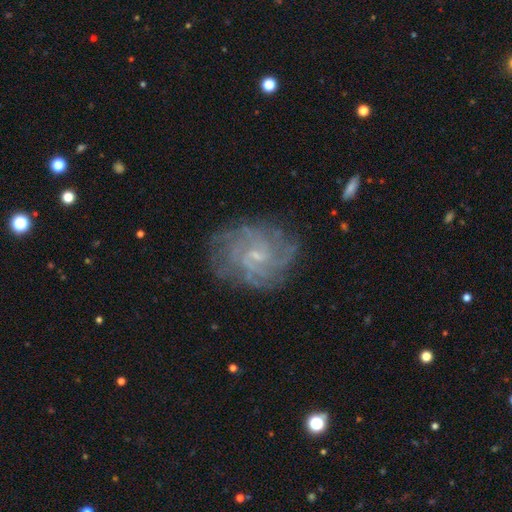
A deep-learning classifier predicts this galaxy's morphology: Smooth or featured? featured or disk (81%)
Edge-on disk? no (98%)
Bar? no (47%)
Spiral arms? yes (93%)
Spiral winding? tight (59%)
Spiral arm count? can't tell (40%)
Bulge size? small (74%)
Merging? none (74%)